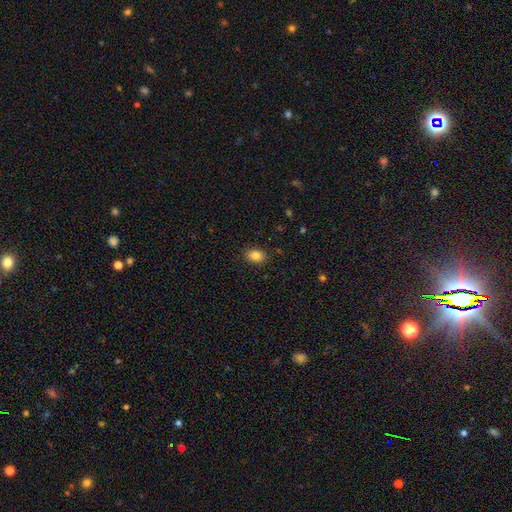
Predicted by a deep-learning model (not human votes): The model was most divided on "how rounded": in between: 78%, round: 21%, cigar-shaped: 1%. More confident: merging — none (88%); smooth or featured — smooth (84%).